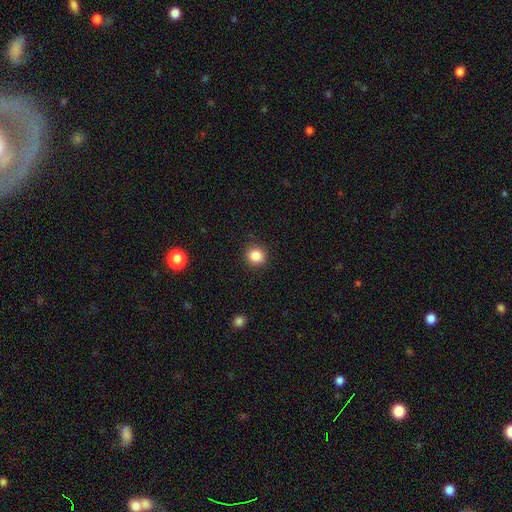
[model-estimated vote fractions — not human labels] Overall: smooth (85%). How rounded: round (88%). Merging: none (91%).